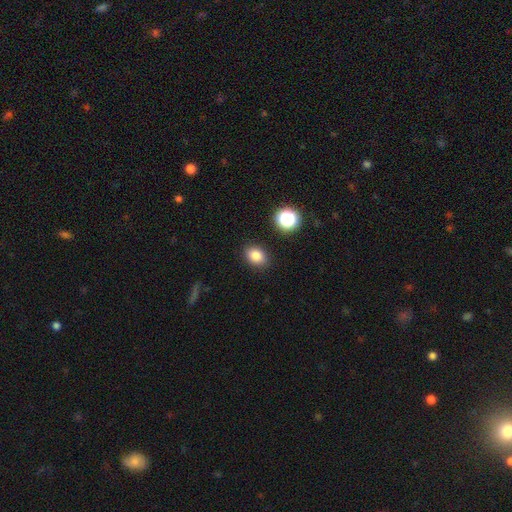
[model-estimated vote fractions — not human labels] smooth 83%, star or artifact 11%, featured or disk 6%. Down the decision tree: how rounded — in between (67%); merging — none (87%).